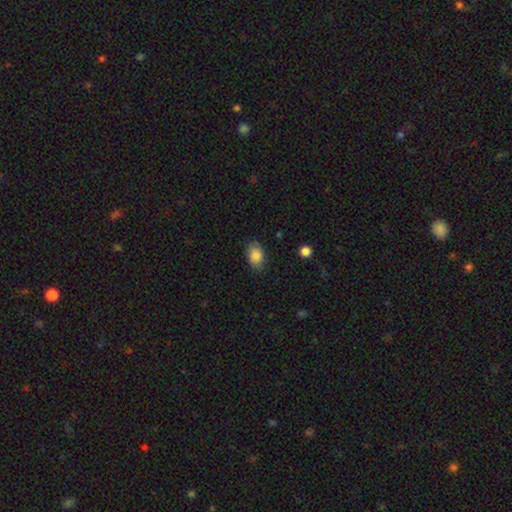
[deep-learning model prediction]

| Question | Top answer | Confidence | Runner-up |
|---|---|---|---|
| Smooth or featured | smooth | 86% | star or artifact (8%) |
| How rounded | in between | 86% | round (13%) |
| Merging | none | 80% | minor disturbance (15%) |